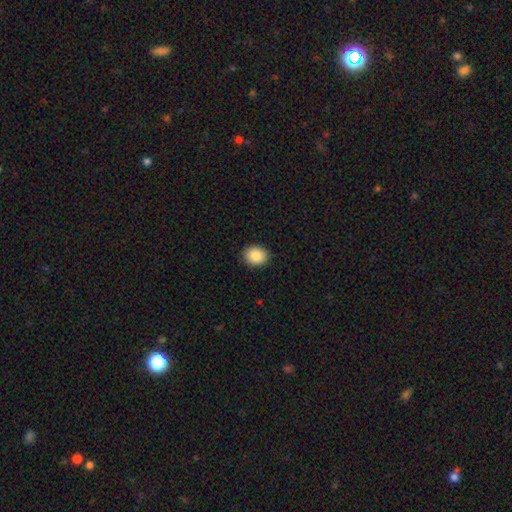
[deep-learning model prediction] Smooth or featured? smooth (88%)
How rounded? round (58%)
Merging? none (90%)